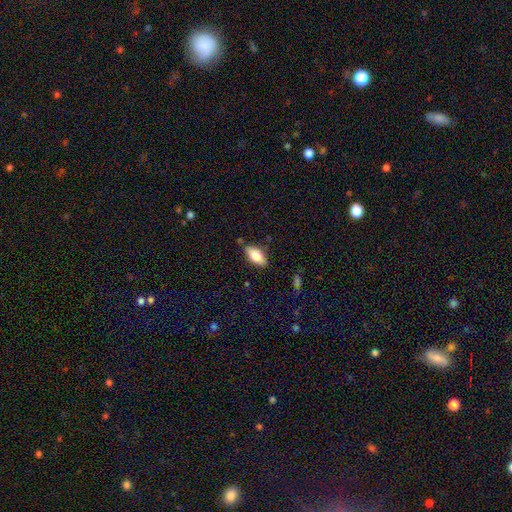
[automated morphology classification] This appears to be a smooth galaxy with no disk features (75%) that is in between round and cigar-shaped (89%). Merging: none (82%).